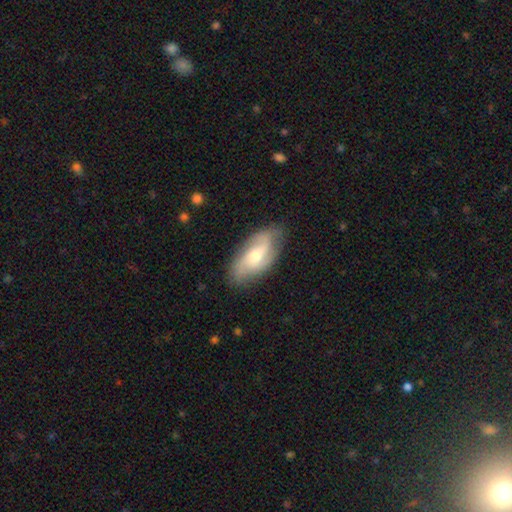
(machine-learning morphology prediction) Smooth or featured?
  - featured or disk: 61% *
  - smooth: 32%
  - star or artifact: 7%
Edge-on disk?
  - no: 91% *
  - yes: 9%
Bar?
  - no: 57% *
  - weak: 34%
  - strong: 8%
Spiral arms?
  - yes: 87% *
  - no: 13%
Bulge size?
  - moderate: 52% *
  - small: 43%
  - large: 3%
  - none: 1%
  - dominant: 1%
Merging?
  - none: 75% *
  - minor disturbance: 18%
  - major disturbance: 5%
  - merger: 1%